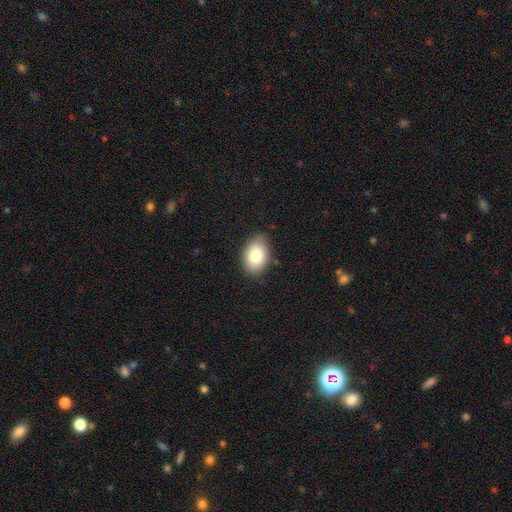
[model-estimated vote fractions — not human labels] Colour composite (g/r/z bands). It shows a smooth galaxy with no disk features (81%) that is in between round and cigar-shaped (85%). Merging: none (80%).